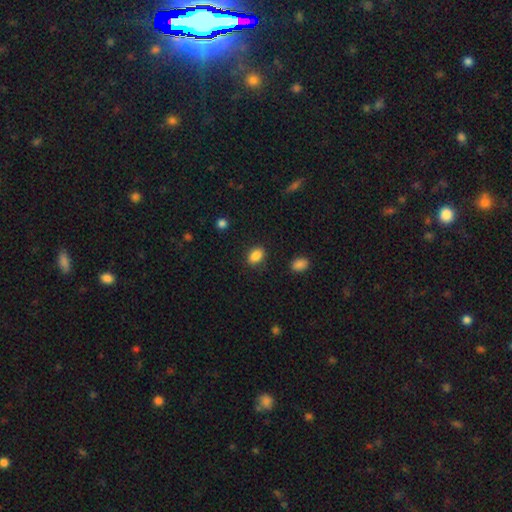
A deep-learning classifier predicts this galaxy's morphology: Smooth or featured?
  - smooth: 87% *
  - star or artifact: 9%
  - featured or disk: 4%
How rounded?
  - in between: 78% *
  - round: 21%
  - cigar-shaped: 1%
Merging?
  - none: 85% *
  - minor disturbance: 10%
  - major disturbance: 3%
  - merger: 2%